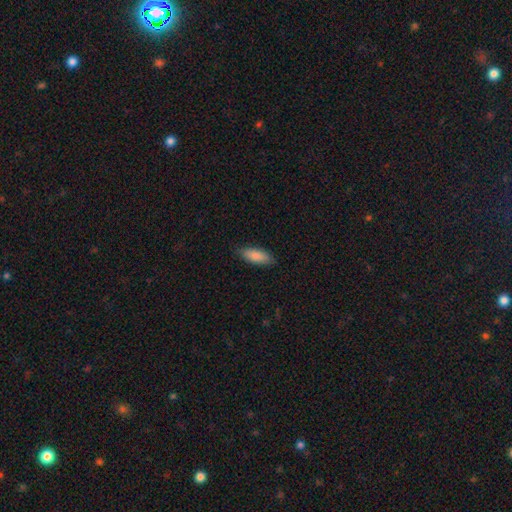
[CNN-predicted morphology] smooth-or-featured: smooth: 87% | featured or disk: 7% | star or artifact: 6%
  how-rounded: in between: 72% | cigar-shaped: 27% | round: 2%
  merging: none: 85% | minor disturbance: 12% | major disturbance: 2% | merger: 1%